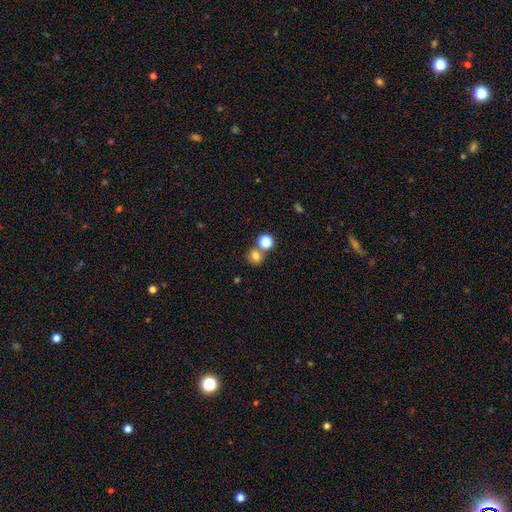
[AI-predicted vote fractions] The model was most divided on "merging": none: 62%, merger: 28%, minor disturbance: 8%, major disturbance: 3%. More confident: how rounded — round (84%); smooth or featured — smooth (77%).